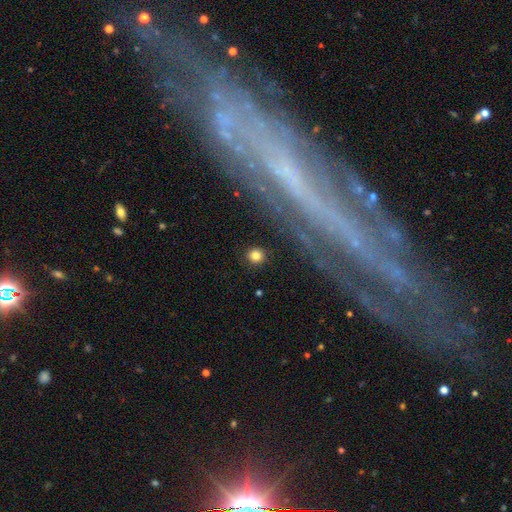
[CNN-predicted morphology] Smooth or featured? Predicted: smooth (p=0.81). How rounded? Predicted: round (p=0.93). Merging? Predicted: none (p=0.90).